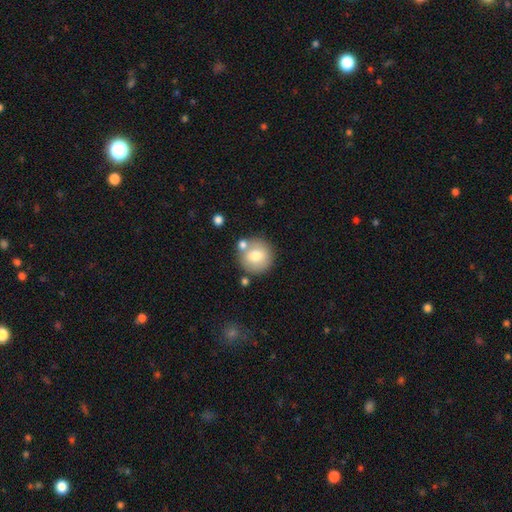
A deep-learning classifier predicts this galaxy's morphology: A smooth galaxy with no disk features (74%) that is round (93%). Merging: none (73%).